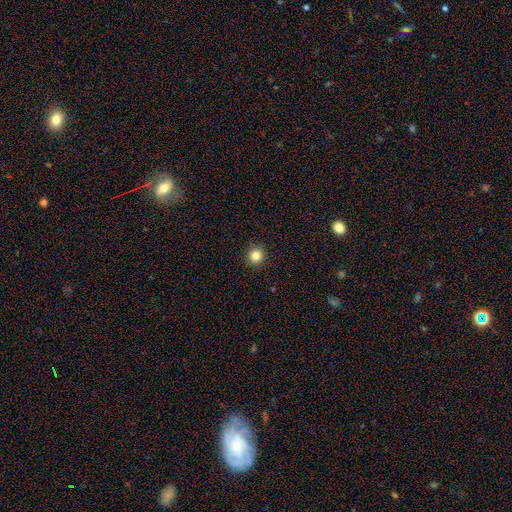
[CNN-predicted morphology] smooth_or_featured: smooth (p=0.83) [alt: star or artifact p=0.12]
how_rounded: round (p=0.94) [alt: in between p=0.05]
merging: none (p=0.93) [alt: minor disturbance p=0.05]